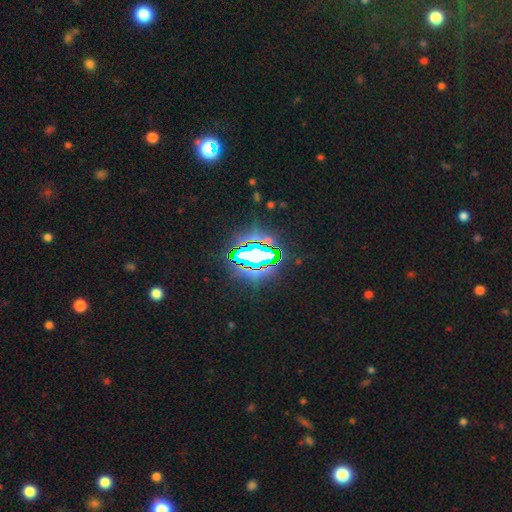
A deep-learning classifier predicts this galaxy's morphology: star or artifact 74%, smooth 14%, featured or disk 12%.